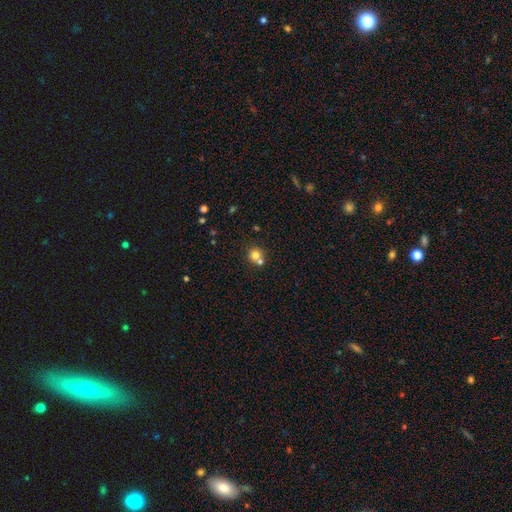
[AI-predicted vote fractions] smooth_or_featured: smooth (p=0.75) [alt: star or artifact p=0.13]
how_rounded: round (p=0.87) [alt: in between p=0.12]
merging: none (p=0.48) [alt: merger p=0.42]